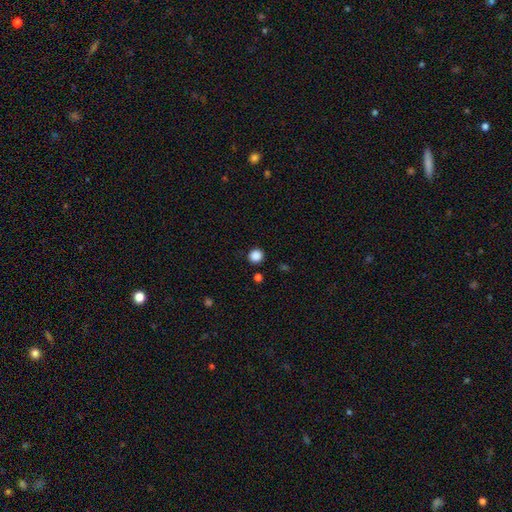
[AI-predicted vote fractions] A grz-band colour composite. It shows a smooth galaxy with no disk features (87%) that is round (94%). Merging: none (91%).